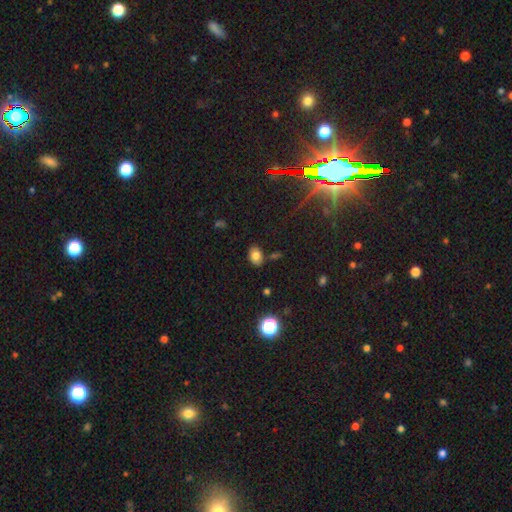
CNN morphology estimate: type=smooth (79%); roundness=in between (76%); merging=none (79%).